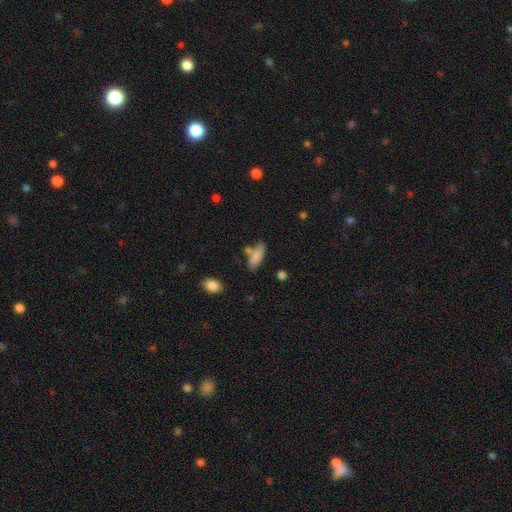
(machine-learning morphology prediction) Q: Smooth or featured?
A: smooth (83%); runner-up: featured or disk (9%)
Q: How rounded?
A: in between (66%); runner-up: cigar-shaped (31%)
Q: Merging?
A: none (62%); runner-up: minor disturbance (18%)